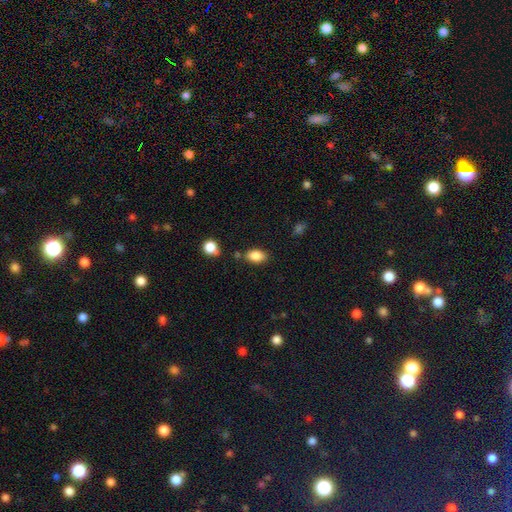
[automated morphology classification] smooth-or-featured: smooth: 86% | star or artifact: 8% | featured or disk: 5%
  how-rounded: in between: 89% | round: 9% | cigar-shaped: 2%
  merging: none: 76% | minor disturbance: 14% | merger: 7% | major disturbance: 3%